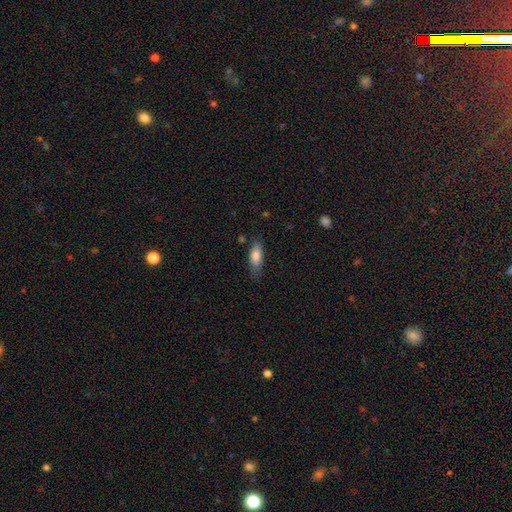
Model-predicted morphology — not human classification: Smooth or featured?
  - smooth: 80% *
  - featured or disk: 13%
  - star or artifact: 7%
How rounded?
  - in between: 67% *
  - cigar-shaped: 31%
  - round: 2%
Merging?
  - none: 69% *
  - minor disturbance: 23%
  - major disturbance: 6%
  - merger: 2%